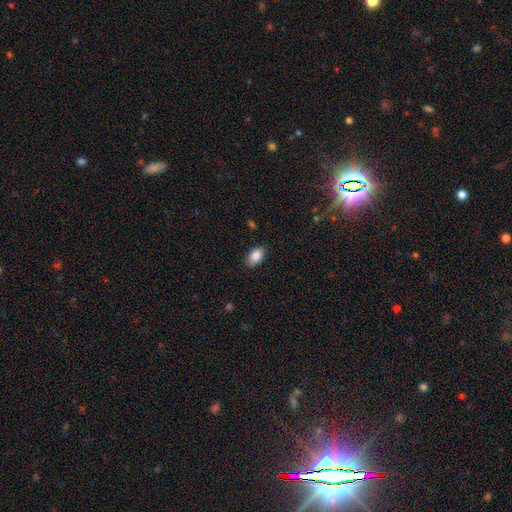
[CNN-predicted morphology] This is clearly a smooth galaxy (88%). How rounded: clearly in between (91%). Merging: clearly none (86%).